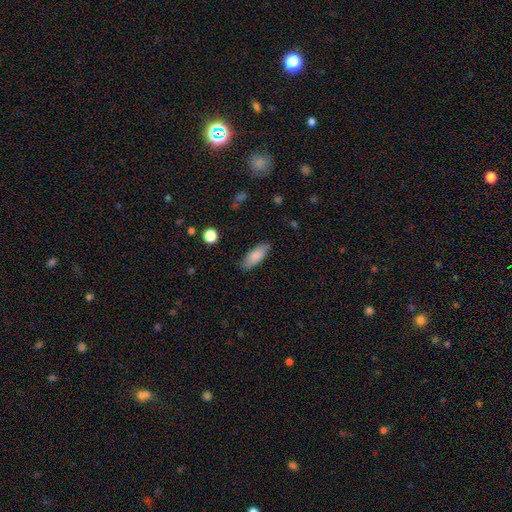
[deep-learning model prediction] A smooth galaxy with no disk features (83%) that is in between round and cigar-shaped (73%).

Vote fractions:
- Smooth or featured? smooth: 83% / featured or disk: 10% / star or artifact: 6%
- How rounded? in between: 73% / cigar-shaped: 25% / round: 2%
- Merging? none: 84% / minor disturbance: 12% / major disturbance: 3% / merger: 1%